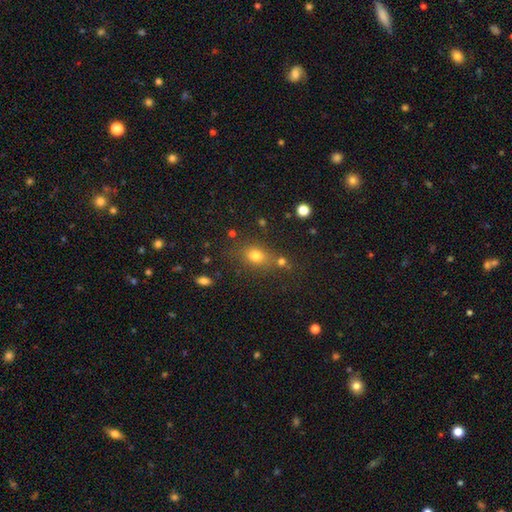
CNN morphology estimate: type=smooth (73%); roundness=in between (57%); merging=none (67%).